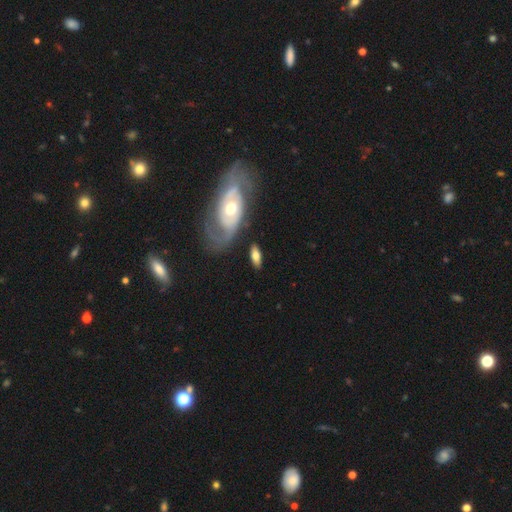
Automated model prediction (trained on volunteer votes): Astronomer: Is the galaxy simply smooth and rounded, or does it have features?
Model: smooth — 64%.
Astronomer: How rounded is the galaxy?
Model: in between — 79%.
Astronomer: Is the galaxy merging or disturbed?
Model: none — 73%.